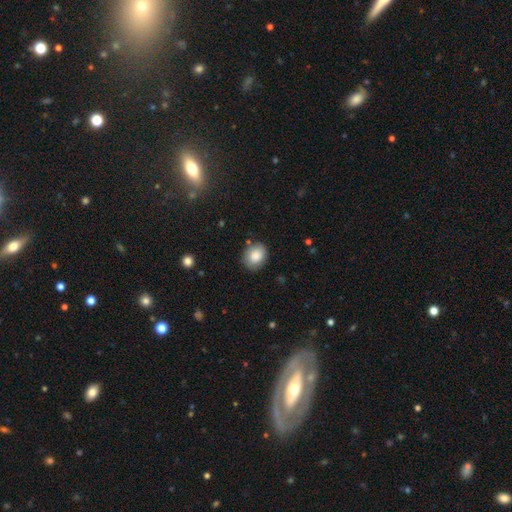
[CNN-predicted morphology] Smooth or featured? Predicted: smooth (p=0.84). How rounded? Predicted: in between (p=0.50). Merging? Predicted: none (p=0.81).